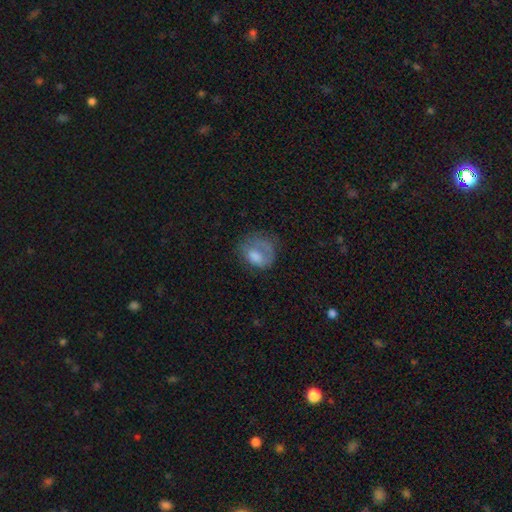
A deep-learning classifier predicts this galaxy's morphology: A smooth galaxy with no disk features (56%) that is round (50%). Merging: none (38%).